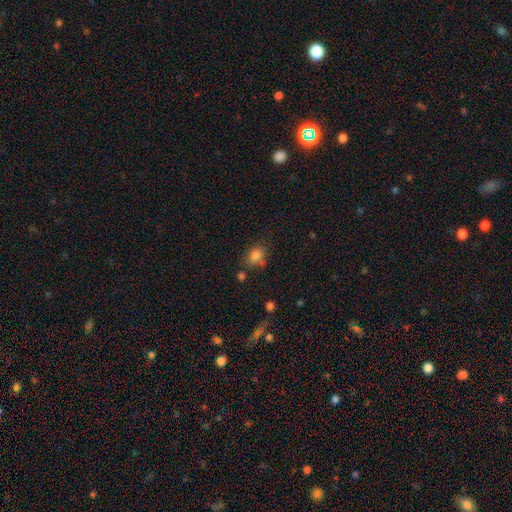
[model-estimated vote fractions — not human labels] Morphology: type=smooth (82%); roundness=in between (72%); merging=none (65%).